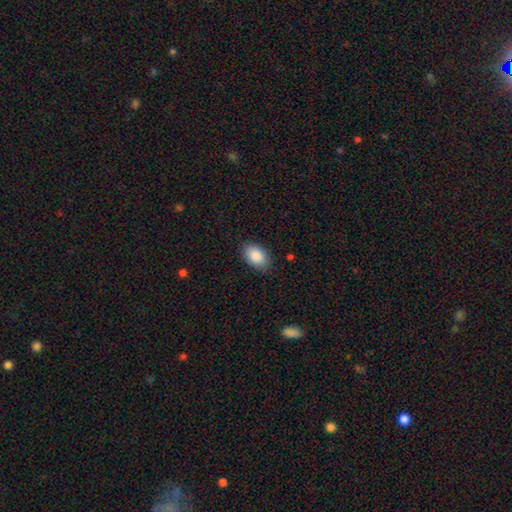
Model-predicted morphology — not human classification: Smooth or featured? Predicted: smooth (p=0.88). How rounded? Predicted: in between (p=0.90). Merging? Predicted: none (p=0.85).